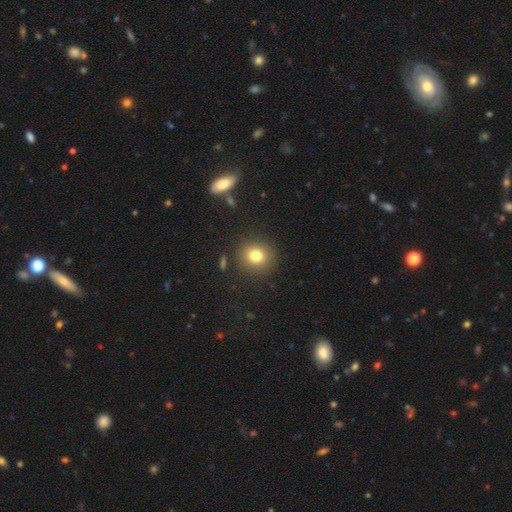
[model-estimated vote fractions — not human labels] smooth_or_featured: smooth (p=0.79) [alt: star or artifact p=0.12]
how_rounded: round (p=0.87) [alt: in between p=0.12]
merging: none (p=0.89) [alt: minor disturbance p=0.07]